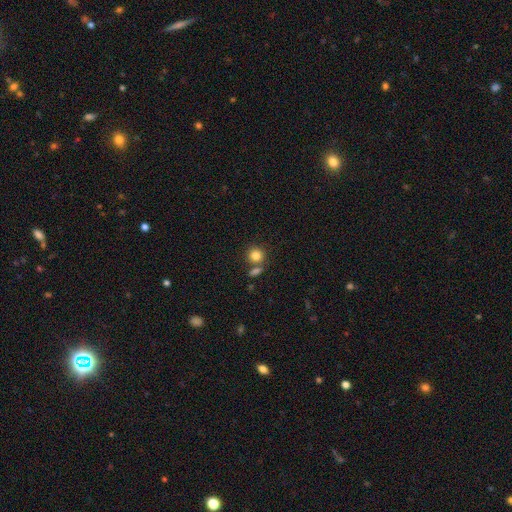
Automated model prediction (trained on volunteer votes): Smooth or featured: smooth — 83% (star or artifact — 11%)
How rounded: round — 87% (in between — 12%)
Merging: none — 66% (merger — 21%)